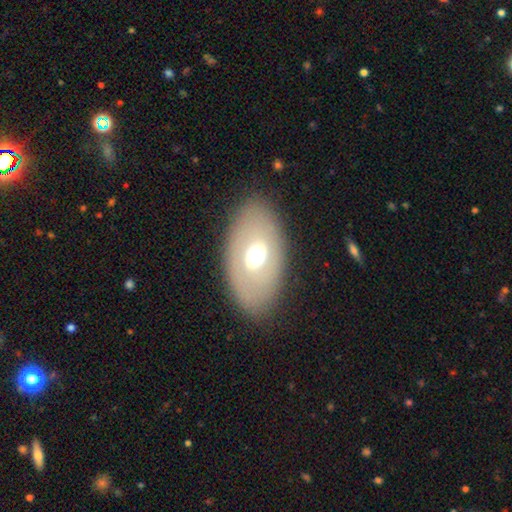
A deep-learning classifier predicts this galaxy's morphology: This appears to be a smooth galaxy with no disk features (52%) that is in between round and cigar-shaped (89%). Merging: none (83%).